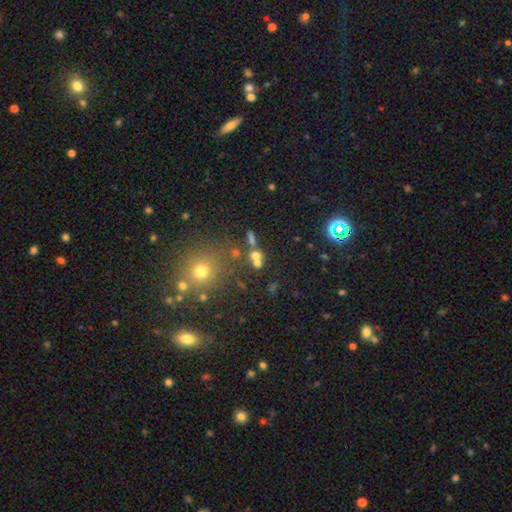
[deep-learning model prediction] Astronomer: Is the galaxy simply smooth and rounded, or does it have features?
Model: smooth — 58%.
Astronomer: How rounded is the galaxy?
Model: round — 69%.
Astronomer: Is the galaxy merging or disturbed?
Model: none — 46% (runner-up: merger, 40%).